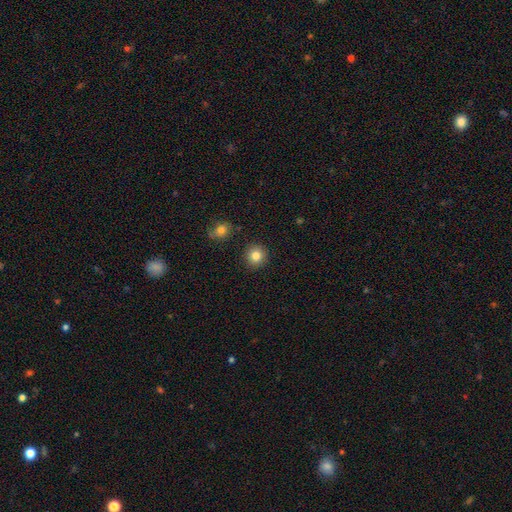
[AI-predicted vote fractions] The model was most divided on "smooth or featured": smooth: 84%, star or artifact: 10%, featured or disk: 6%. More confident: how rounded — round (91%); merging — none (90%).